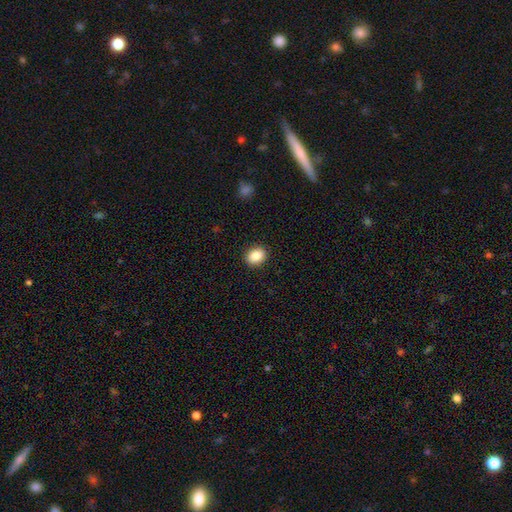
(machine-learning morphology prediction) Smooth or featured?
  - smooth: 86% *
  - star or artifact: 9%
  - featured or disk: 5%
How rounded?
  - round: 52% *
  - in between: 47%
  - cigar-shaped: 1%
Merging?
  - none: 91% *
  - minor disturbance: 7%
  - major disturbance: 2%
  - merger: 1%